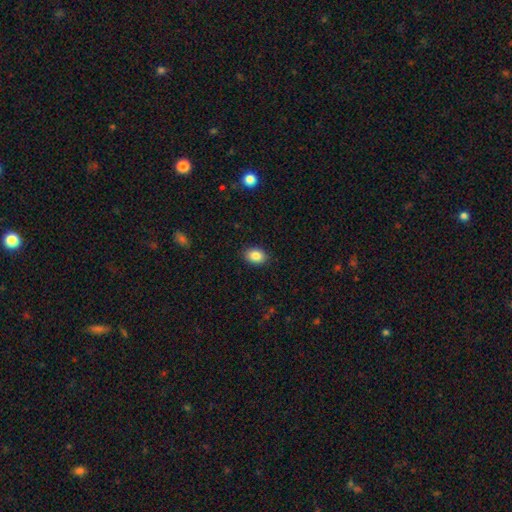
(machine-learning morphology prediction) Smooth or featured?
  - smooth: 87% *
  - star or artifact: 8%
  - featured or disk: 5%
How rounded?
  - in between: 75% *
  - round: 24%
  - cigar-shaped: 1%
Merging?
  - none: 89% *
  - minor disturbance: 8%
  - major disturbance: 2%
  - merger: 1%